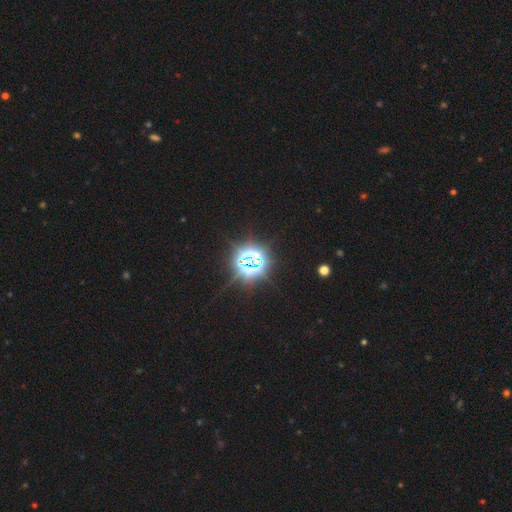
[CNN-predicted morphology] smooth_or_featured: star or artifact (p=0.82) [alt: smooth p=0.10]